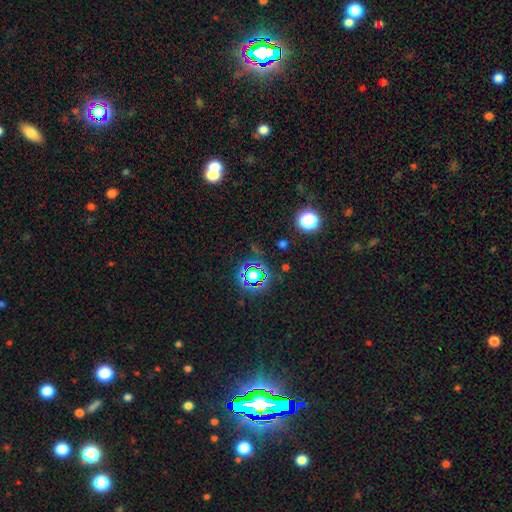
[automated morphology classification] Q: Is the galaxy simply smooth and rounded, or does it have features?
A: star or artifact — 78%.